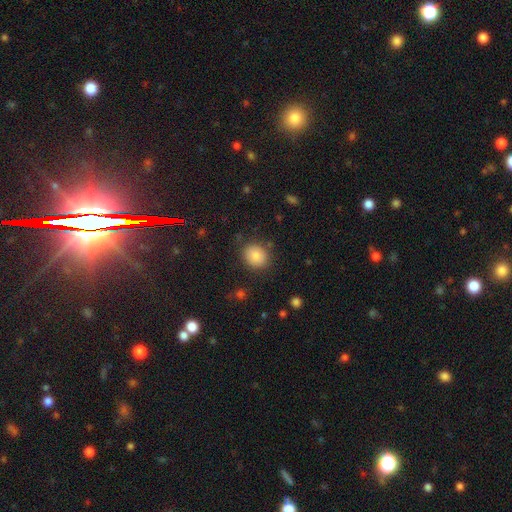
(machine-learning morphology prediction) Overall: smooth (84%). How rounded: round (73%). Merging: none (85%).